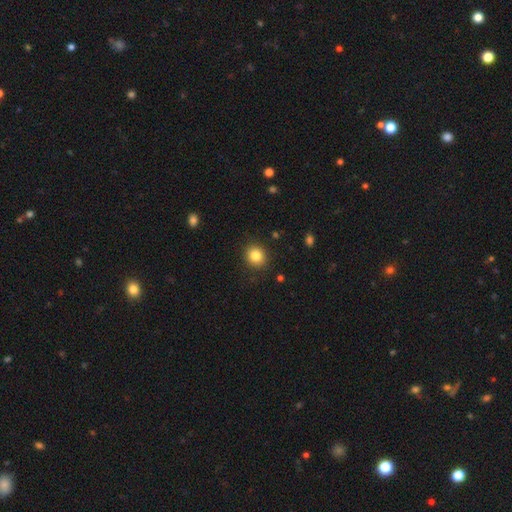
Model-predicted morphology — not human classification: Smooth or featured?
  - smooth: 84% *
  - star or artifact: 10%
  - featured or disk: 6%
How rounded?
  - round: 85% *
  - in between: 14%
  - cigar-shaped: 1%
Merging?
  - none: 89% *
  - minor disturbance: 7%
  - major disturbance: 2%
  - merger: 1%